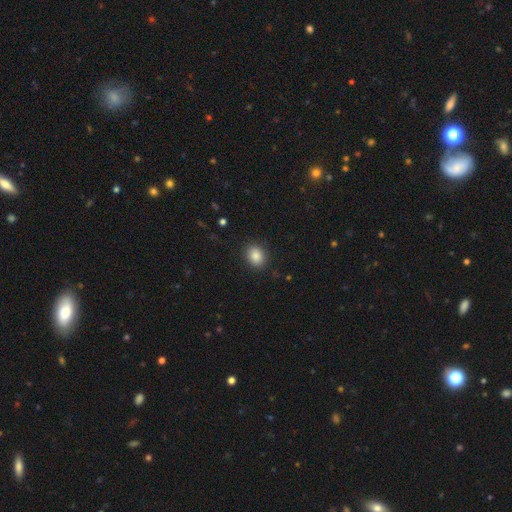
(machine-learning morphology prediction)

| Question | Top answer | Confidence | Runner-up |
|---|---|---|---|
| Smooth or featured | smooth | 86% | star or artifact (9%) |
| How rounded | round | 50% | in between (49%) |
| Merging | none | 89% | minor disturbance (8%) |